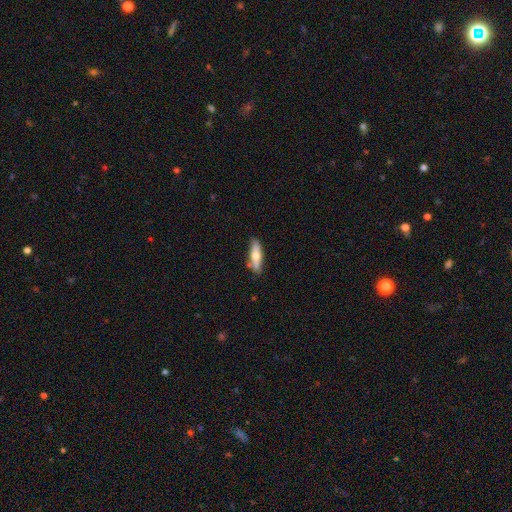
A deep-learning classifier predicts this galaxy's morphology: Smooth or featured? Predicted: smooth (p=0.56). How rounded? Predicted: cigar-shaped (p=0.56). Merging? Predicted: none (p=0.76).